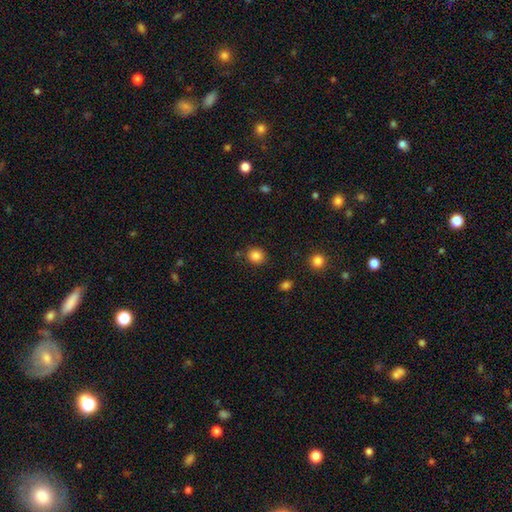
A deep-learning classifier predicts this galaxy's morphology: Overall: smooth (85%). How rounded: round (83%). Merging: none (84%).